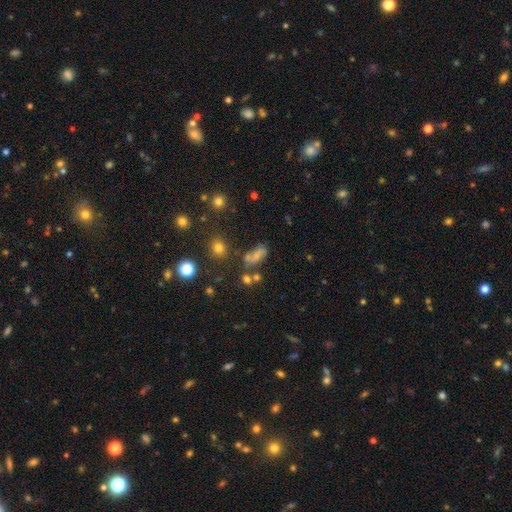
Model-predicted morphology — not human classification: This is possibly a smooth galaxy (59%). How rounded: likely in between (78%). Merging: marginally none (42%).